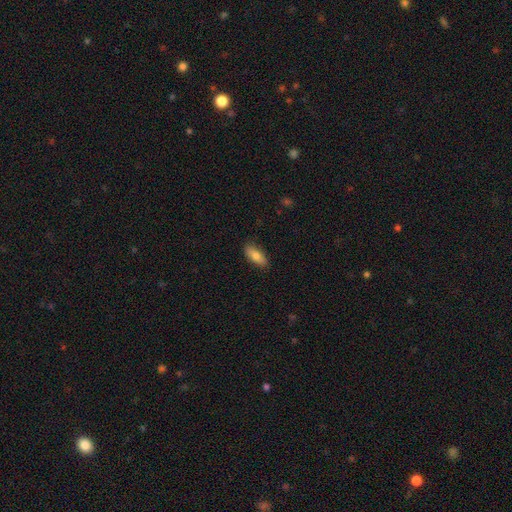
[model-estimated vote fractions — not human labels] Smooth or featured: smooth — 79% (featured or disk — 14%)
How rounded: in between — 77% (cigar-shaped — 20%)
Merging: none — 86% (minor disturbance — 11%)